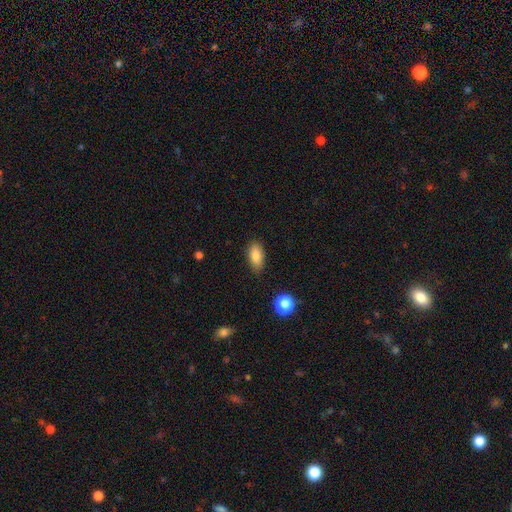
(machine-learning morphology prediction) A smooth galaxy with no disk features (85%) that is in between round and cigar-shaped (88%).

Vote fractions:
- Smooth or featured? smooth: 85% / star or artifact: 8% / featured or disk: 7%
- How rounded? in between: 88% / cigar-shaped: 7% / round: 5%
- Merging? none: 84% / minor disturbance: 12% / major disturbance: 3% / merger: 1%